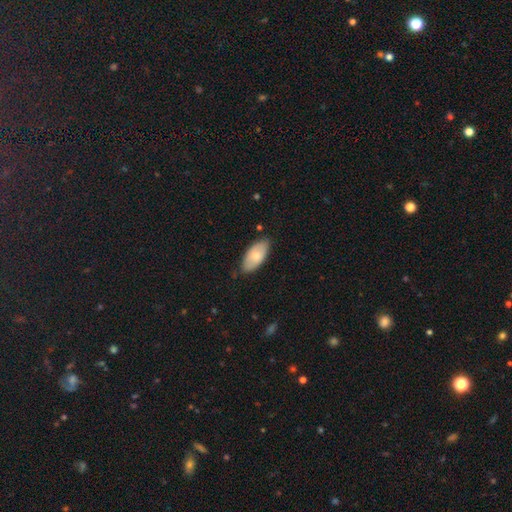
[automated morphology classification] smooth-or-featured: smooth: 67% | featured or disk: 27% | star or artifact: 6%
  how-rounded: in between: 93% | cigar-shaped: 4% | round: 3%
  merging: none: 81% | minor disturbance: 15% | major disturbance: 2% | merger: 1%